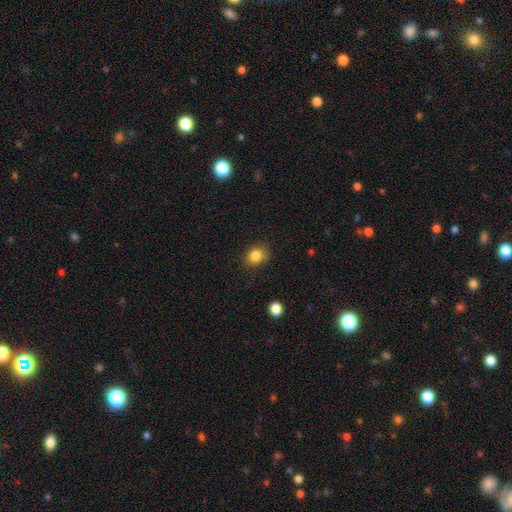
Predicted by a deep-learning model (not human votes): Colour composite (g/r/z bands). It shows a smooth galaxy with no disk features (84%) that is round (63%). Merging: none (76%).